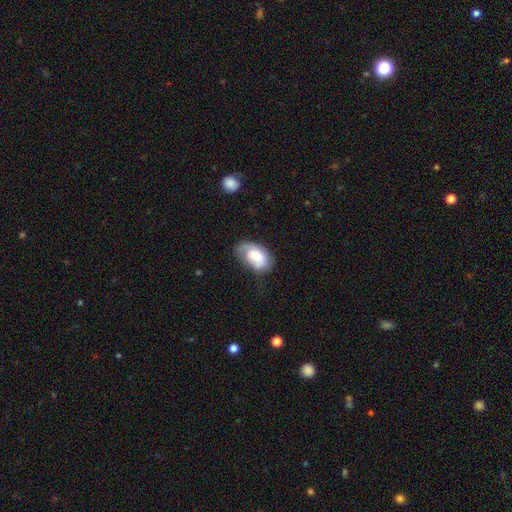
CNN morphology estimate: Overall: smooth (62%; featured or disk 31%). How rounded: in between (91%). Merging: none (52%; minor disturbance 32%).